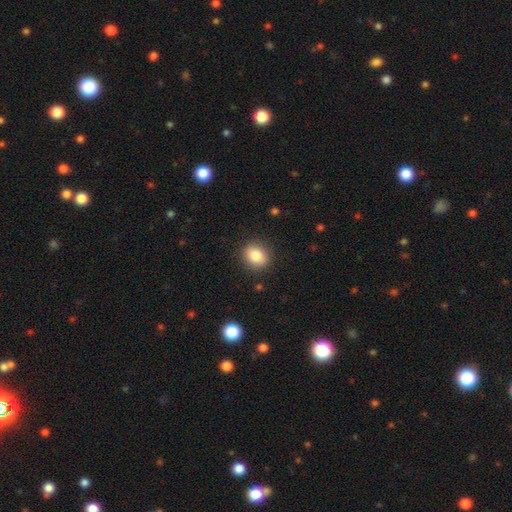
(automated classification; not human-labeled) smooth 84%, star or artifact 9%, featured or disk 7%. Down the decision tree: how rounded — round (61%); merging — none (88%).